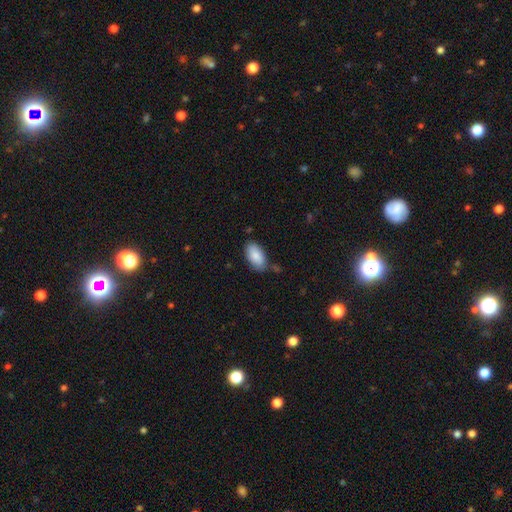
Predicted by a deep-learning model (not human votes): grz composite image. It shows a smooth galaxy with no disk features (86%) that is in between round and cigar-shaped (95%). Merging: none (74%).